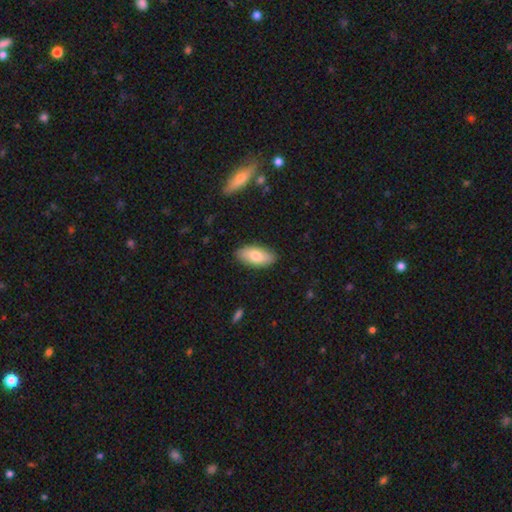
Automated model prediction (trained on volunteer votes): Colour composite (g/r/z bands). It shows a smooth galaxy with no disk features (75%) that is in between round and cigar-shaped (91%). Merging: none (87%).